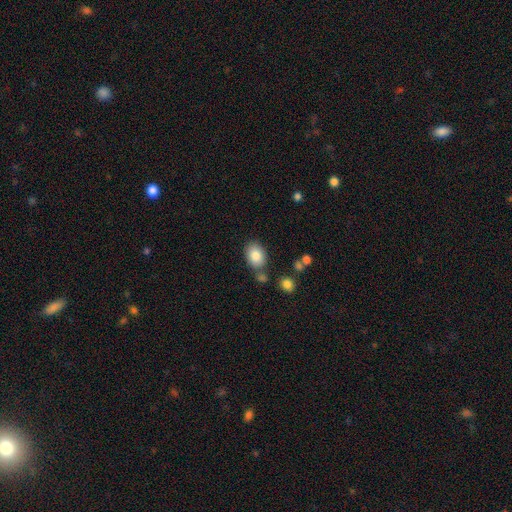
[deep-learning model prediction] Q: Smooth or featured?
A: smooth (84%); runner-up: featured or disk (8%)
Q: How rounded?
A: in between (71%); runner-up: round (28%)
Q: Merging?
A: none (70%); runner-up: minor disturbance (14%)